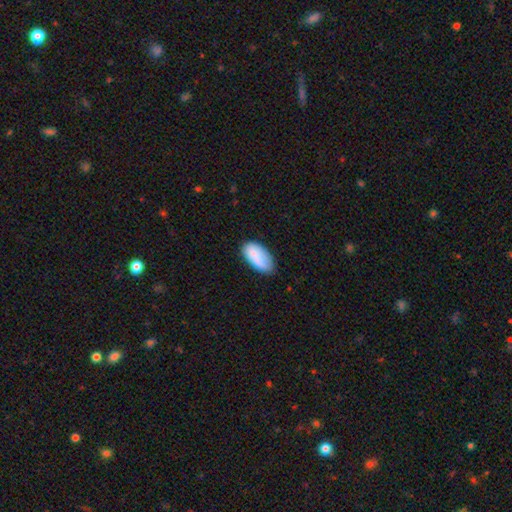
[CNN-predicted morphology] Q: Smooth or featured?
A: smooth (80%); runner-up: featured or disk (13%)
Q: How rounded?
A: in between (94%); runner-up: cigar-shaped (3%)
Q: Merging?
A: none (61%); runner-up: minor disturbance (29%)